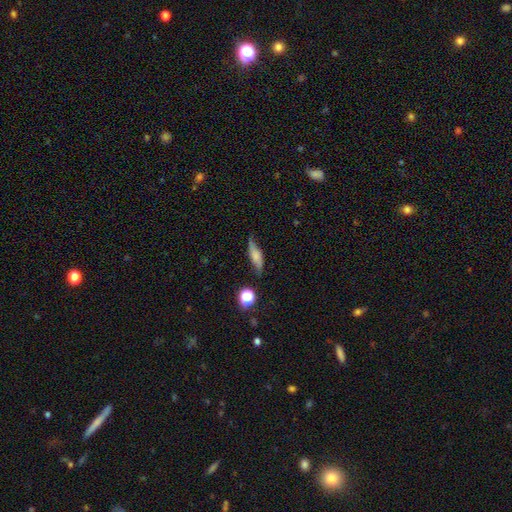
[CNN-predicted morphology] Q: Smooth or featured?
A: smooth (50%); runner-up: featured or disk (40%)
Q: Merging?
A: none (68%); runner-up: minor disturbance (23%)